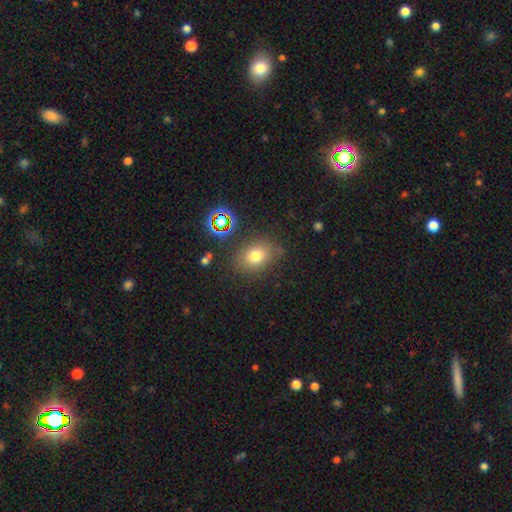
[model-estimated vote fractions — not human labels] This appears to be a smooth galaxy with no disk features (72%) that is in between round and cigar-shaped (61%). Merging: none (78%).